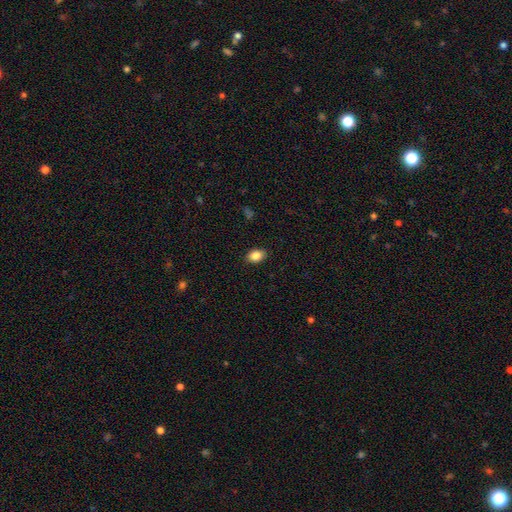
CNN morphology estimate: type=smooth (86%); roundness=in between (79%); merging=none (89%).